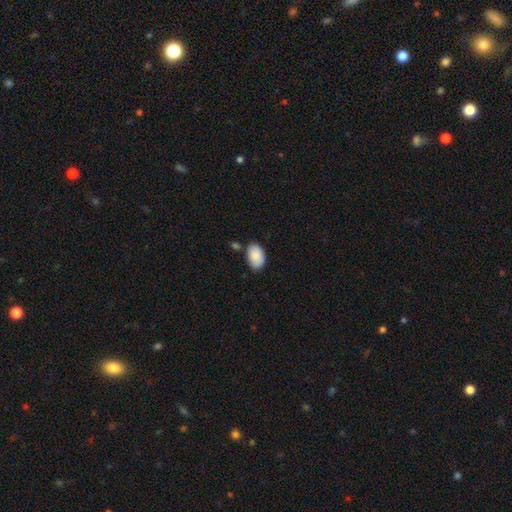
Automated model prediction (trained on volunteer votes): Overall: smooth (88%). How rounded: in between (92%). Merging: none (74%).